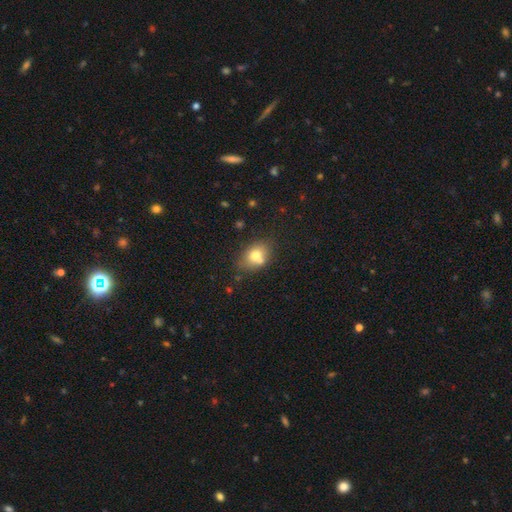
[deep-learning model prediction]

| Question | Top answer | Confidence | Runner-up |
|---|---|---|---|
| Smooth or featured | smooth | 72% | featured or disk (17%) |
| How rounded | in between | 62% | round (37%) |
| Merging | none | 59% | merger (19%) |